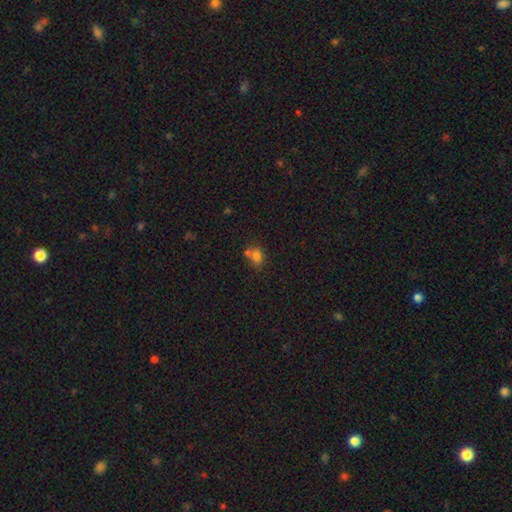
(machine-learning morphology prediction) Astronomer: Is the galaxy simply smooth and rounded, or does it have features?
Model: smooth — 75%.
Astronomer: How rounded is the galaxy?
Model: in between — 53% (runner-up: round, 46%).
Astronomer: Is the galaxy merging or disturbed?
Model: none — 47% (runner-up: merger, 37%).